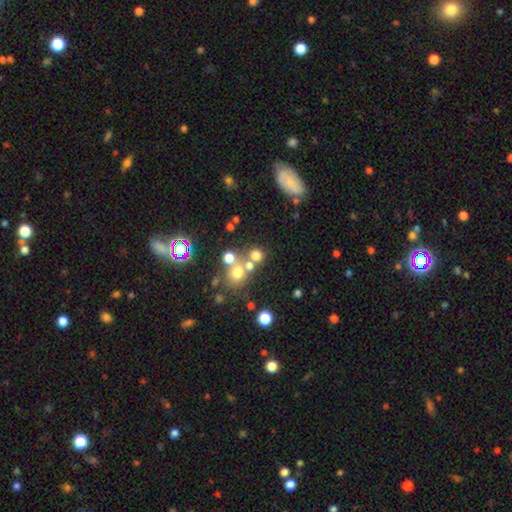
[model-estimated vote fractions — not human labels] smooth-or-featured: smooth: 66% | star or artifact: 22% | featured or disk: 12%
  how-rounded: round: 84% | in between: 15% | cigar-shaped: 1%
  merging: none: 55% | merger: 31% | minor disturbance: 9% | major disturbance: 5%